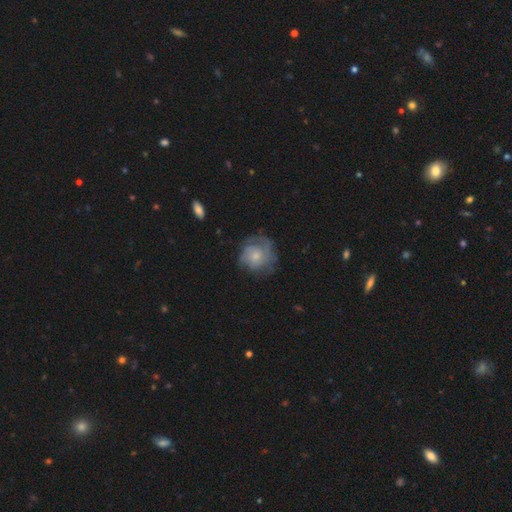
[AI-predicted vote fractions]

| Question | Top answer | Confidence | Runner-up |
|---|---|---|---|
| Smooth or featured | featured or disk | 52% | smooth (41%) |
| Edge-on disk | no | 98% | yes (2%) |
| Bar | no | 79% | weak (19%) |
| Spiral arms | yes | 77% | no (23%) |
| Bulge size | small | 49% | moderate (38%) |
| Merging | none | 61% | minor disturbance (23%) |